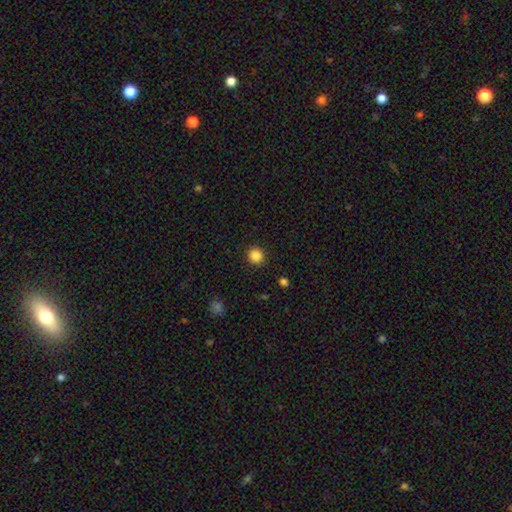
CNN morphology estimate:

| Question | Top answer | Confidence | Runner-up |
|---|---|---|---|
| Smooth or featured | smooth | 86% | star or artifact (11%) |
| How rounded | round | 92% | in between (7%) |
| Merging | none | 91% | minor disturbance (6%) |